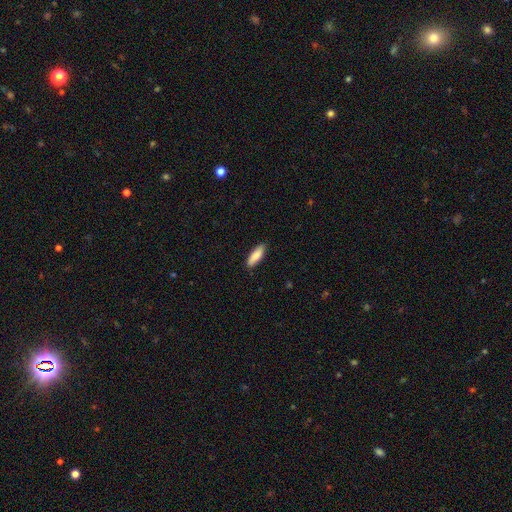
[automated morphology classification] smooth_or_featured: smooth (p=0.85) [alt: featured or disk p=0.09]
how_rounded: in between (p=0.57) [alt: cigar-shaped p=0.41]
merging: none (p=0.88) [alt: minor disturbance p=0.10]